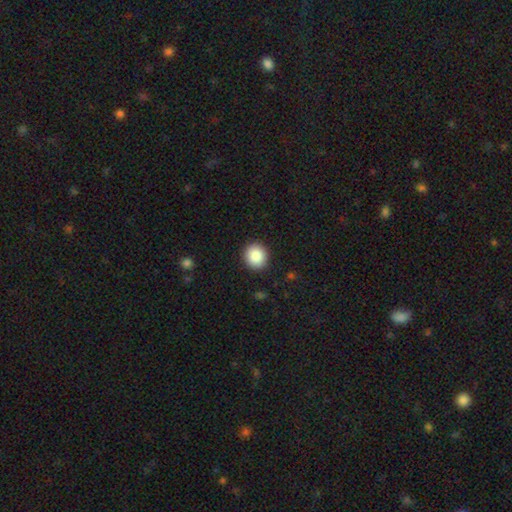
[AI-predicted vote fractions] Morphology: type=smooth (88%); roundness=round (85%); merging=none (91%).